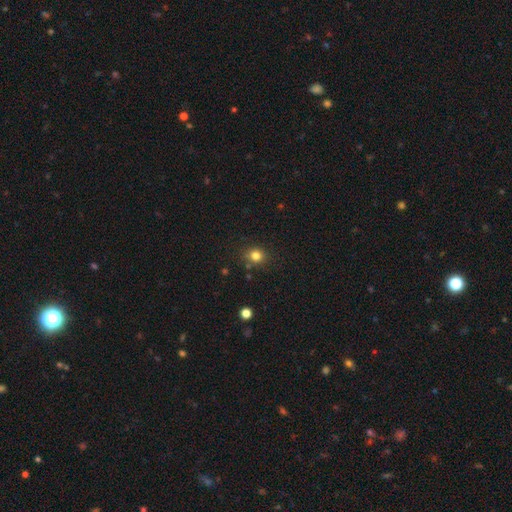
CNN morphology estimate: The model was most divided on "how rounded": round: 79%, in between: 20%, cigar-shaped: 1%. More confident: merging — none (82%); smooth or featured — smooth (80%).